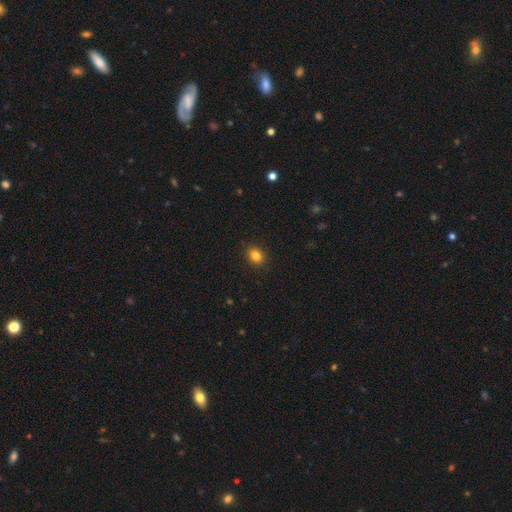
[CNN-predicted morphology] type=smooth (84%); roundness=in between (53%); merging=none (90%).